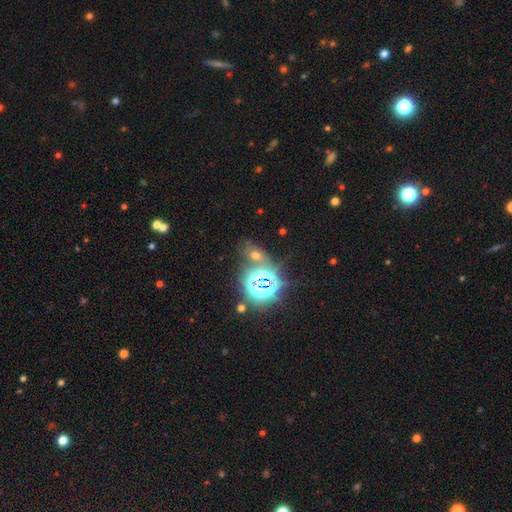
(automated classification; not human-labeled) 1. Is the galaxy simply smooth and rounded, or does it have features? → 54% star or artifact, 32% smooth, 14% featured or disk.